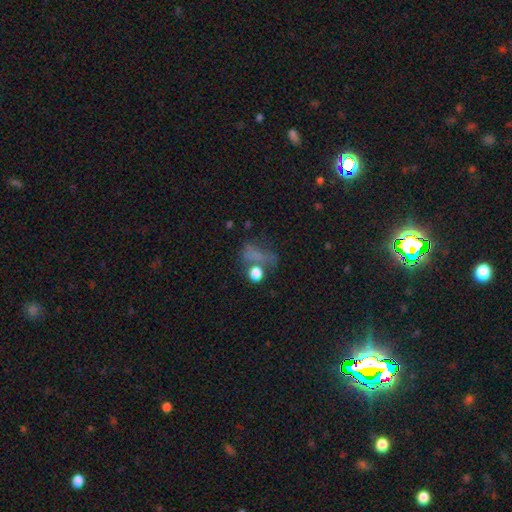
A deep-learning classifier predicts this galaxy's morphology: Overall: smooth (49%; star or artifact 33%). Merging: none (39%; major disturbance 28%).